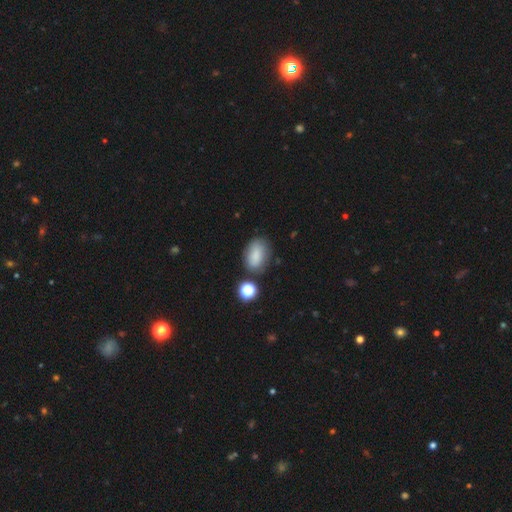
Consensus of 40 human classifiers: A smooth galaxy with no disk features (88%) that is in between round and cigar-shaped (91%). Merging: none (81%).